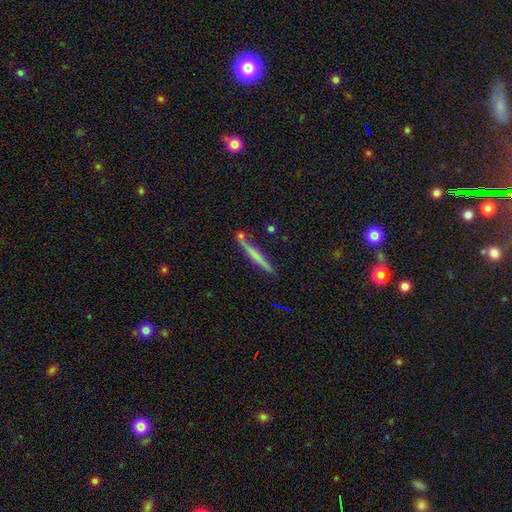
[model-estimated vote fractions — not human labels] Q: Smooth or featured?
A: smooth (55%); runner-up: featured or disk (38%)
Q: How rounded?
A: cigar-shaped (95%); runner-up: in between (4%)
Q: Merging?
A: none (71%); runner-up: minor disturbance (14%)